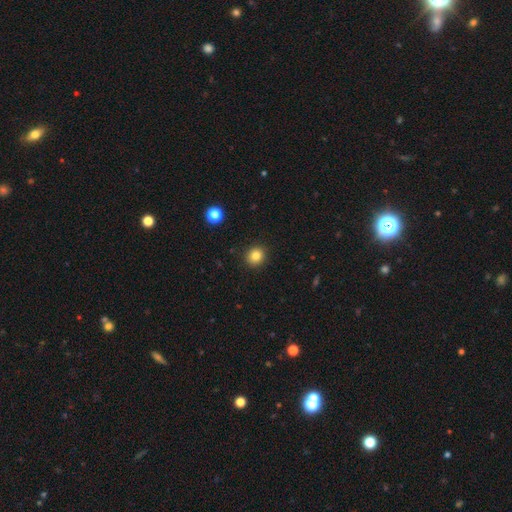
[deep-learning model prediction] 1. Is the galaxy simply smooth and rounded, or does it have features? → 83% smooth, 11% star or artifact, 5% featured or disk.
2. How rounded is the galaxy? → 85% round, 14% in between, 1% cigar-shaped.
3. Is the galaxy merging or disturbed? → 91% none, 6% minor disturbance, 2% major disturbance, 1% merger.